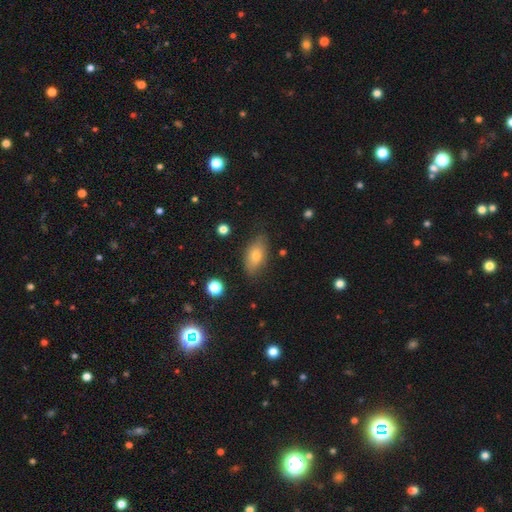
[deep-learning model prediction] Overall: smooth (70%). How rounded: in between (85%). Merging: none (79%).